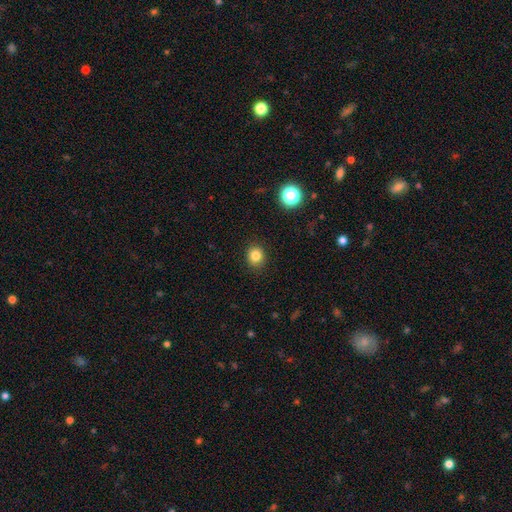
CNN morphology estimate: Smooth or featured: smooth — 82% (star or artifact — 12%)
How rounded: round — 78% (in between — 21%)
Merging: none — 90% (minor disturbance — 7%)